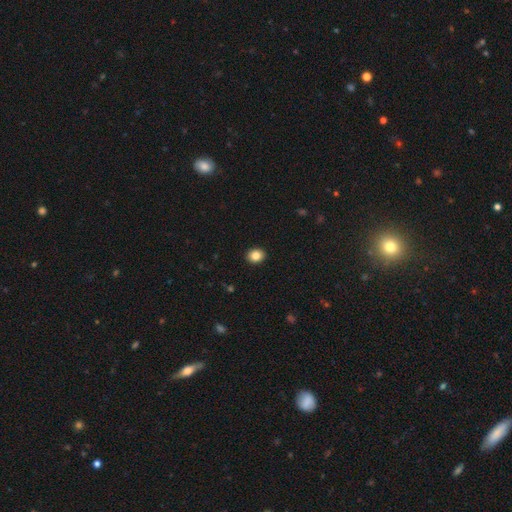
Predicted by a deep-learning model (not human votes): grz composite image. It shows a smooth galaxy with no disk features (84%) that is round (57%). Merging: none (92%).